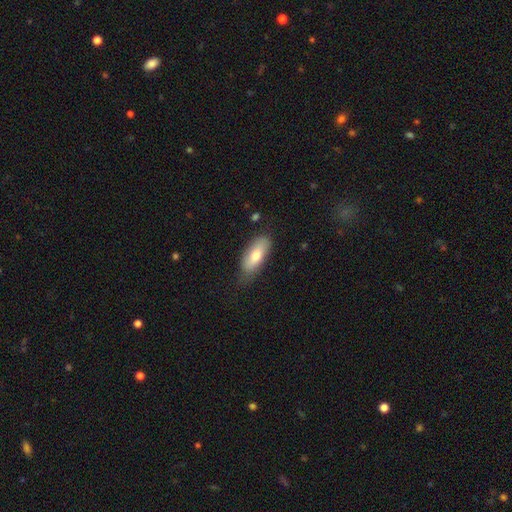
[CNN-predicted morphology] Overall: smooth (73%). How rounded: in between (82%). Merging: none (71%).